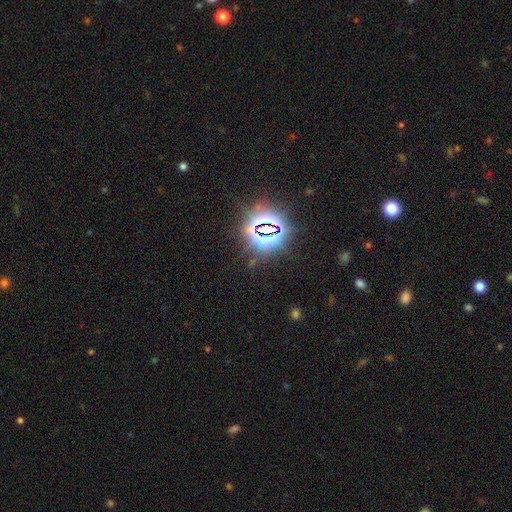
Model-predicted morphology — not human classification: type=star or artifact (85%).